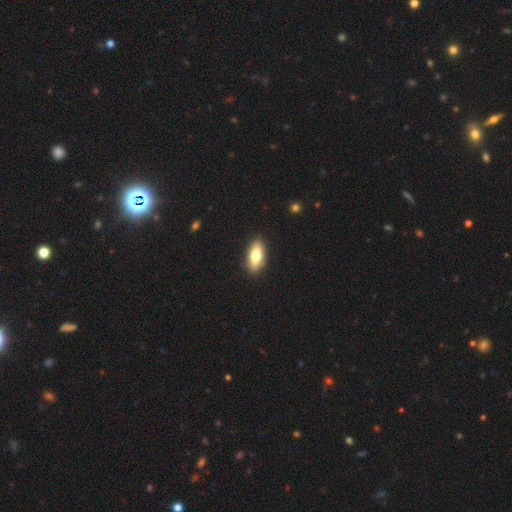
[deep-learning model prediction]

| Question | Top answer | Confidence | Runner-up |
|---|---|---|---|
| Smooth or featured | smooth | 73% | featured or disk (20%) |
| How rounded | in between | 79% | cigar-shaped (17%) |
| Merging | none | 88% | minor disturbance (9%) |